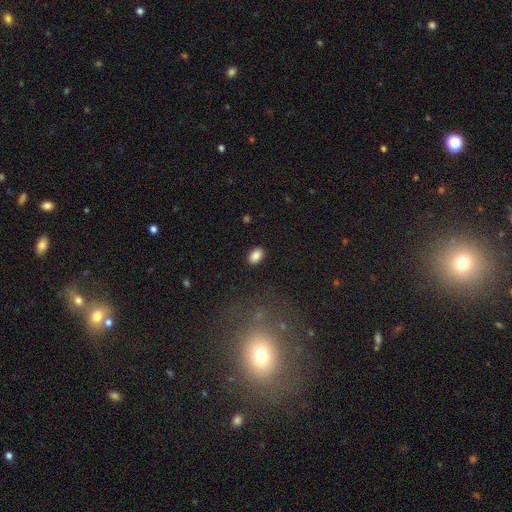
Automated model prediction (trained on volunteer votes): The model was most divided on "how rounded": in between: 86%, round: 13%, cigar-shaped: 1%. More confident: merging — none (89%); smooth or featured — smooth (87%).